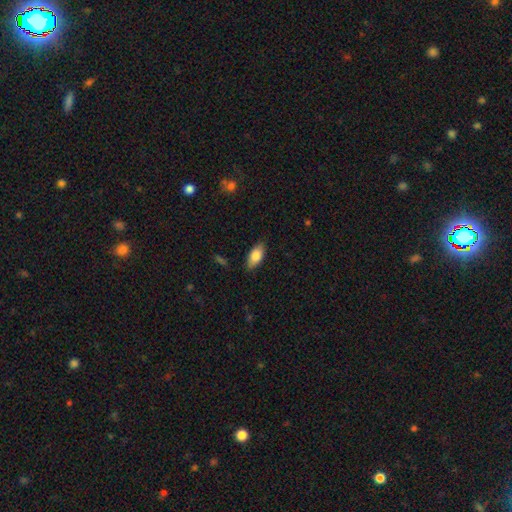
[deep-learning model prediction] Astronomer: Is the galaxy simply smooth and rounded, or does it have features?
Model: smooth — 82%.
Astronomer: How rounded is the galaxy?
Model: in between — 89%.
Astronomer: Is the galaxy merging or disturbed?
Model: none — 85%.